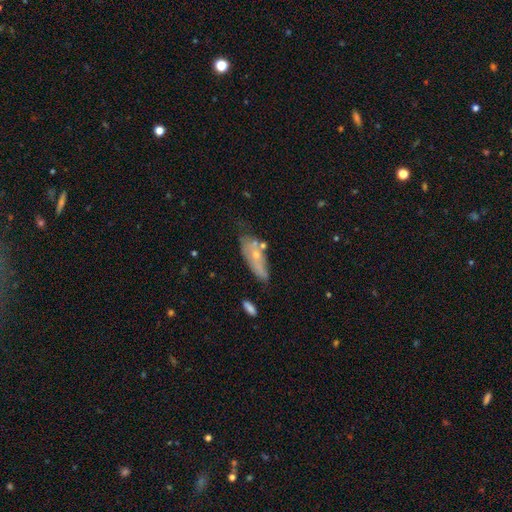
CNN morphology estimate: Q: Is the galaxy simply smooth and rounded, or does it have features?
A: smooth — 46%.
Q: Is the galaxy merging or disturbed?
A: none — 47%.